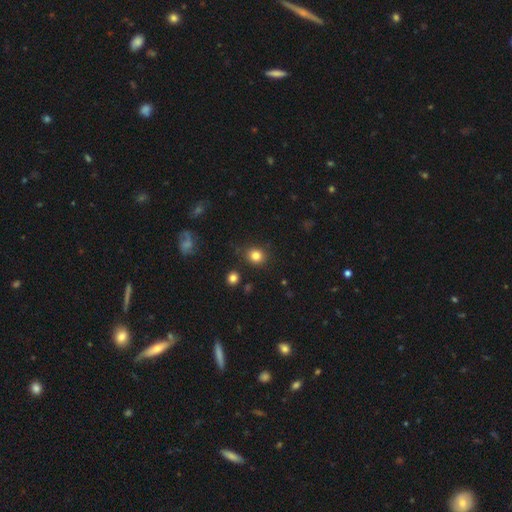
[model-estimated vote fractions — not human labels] Q: Smooth or featured?
A: smooth (83%); runner-up: star or artifact (12%)
Q: How rounded?
A: round (79%); runner-up: in between (20%)
Q: Merging?
A: none (84%); runner-up: minor disturbance (10%)